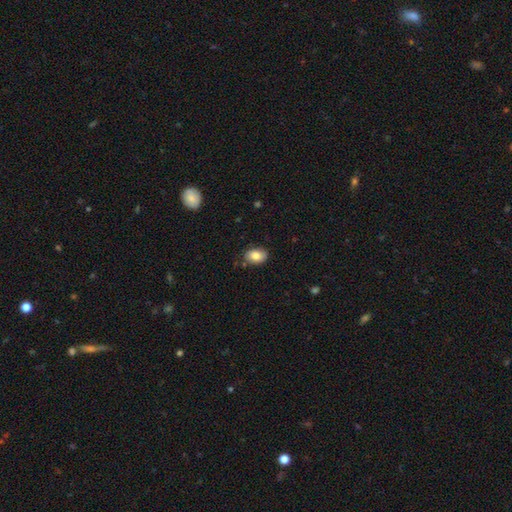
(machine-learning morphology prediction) smooth_or_featured: smooth (p=0.83) [alt: featured or disk p=0.09]
how_rounded: in between (p=0.81) [alt: round p=0.18]
merging: none (p=0.80) [alt: minor disturbance p=0.14]